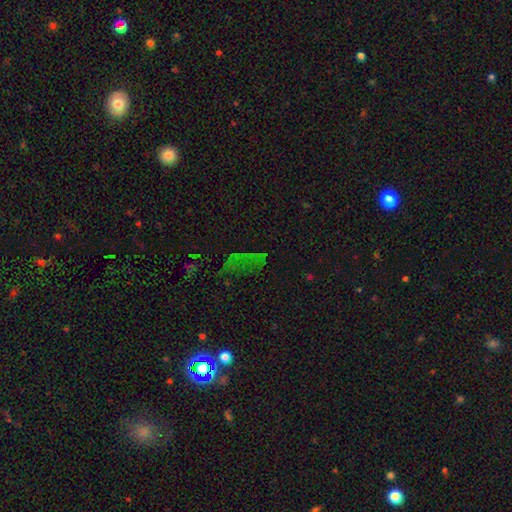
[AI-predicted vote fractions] A star or artifact, not a galaxy (68%).

Vote fractions:
- Smooth or featured? star or artifact: 68% / smooth: 20% / featured or disk: 12%